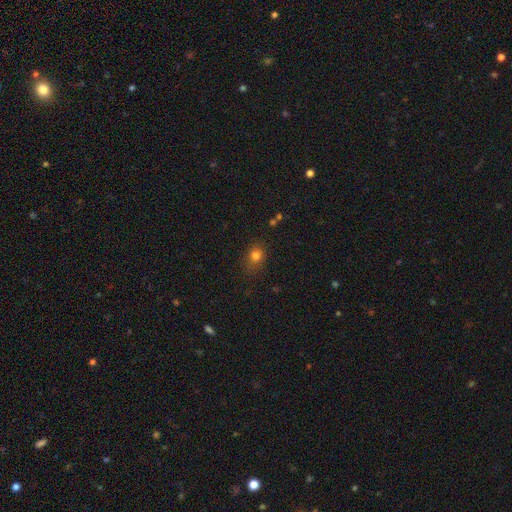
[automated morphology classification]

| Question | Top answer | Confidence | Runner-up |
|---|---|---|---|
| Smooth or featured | smooth | 78% | star or artifact (15%) |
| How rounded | round | 64% | in between (35%) |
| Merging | none | 75% | minor disturbance (17%) |